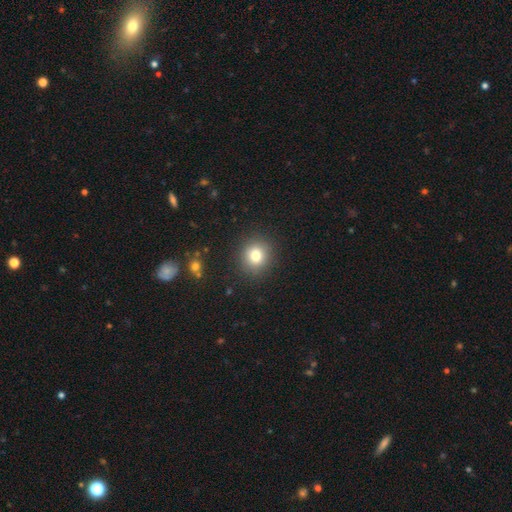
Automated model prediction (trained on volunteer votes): The model was most divided on "how rounded": round: 82%, in between: 17%, cigar-shaped: 1%. More confident: merging — none (89%); smooth or featured — smooth (79%).